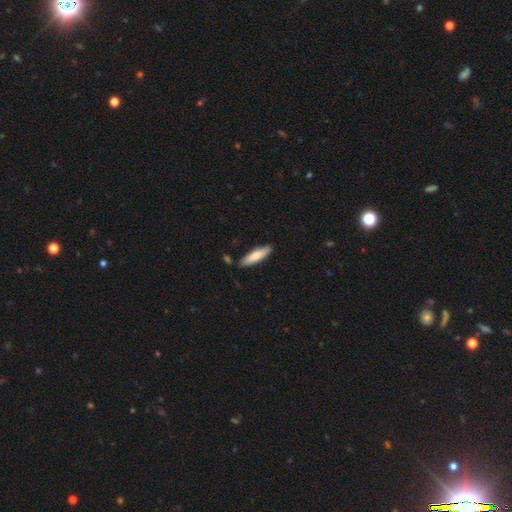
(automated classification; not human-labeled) A smooth galaxy with no disk features (79%) that is cigar-shaped (68%). Merging: none (85%).